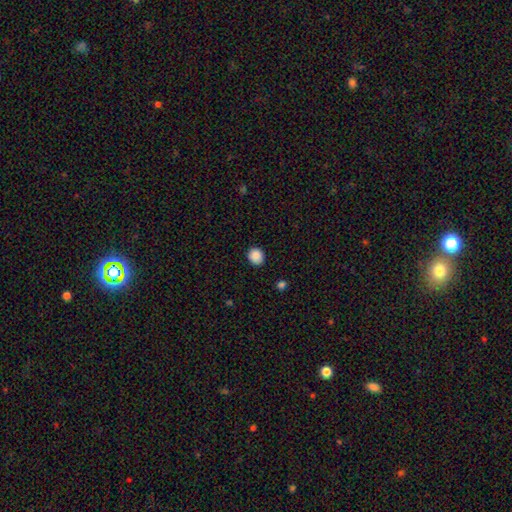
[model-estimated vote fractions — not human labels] This is clearly a smooth galaxy (88%). How rounded: likely round (78%). Merging: clearly none (88%).